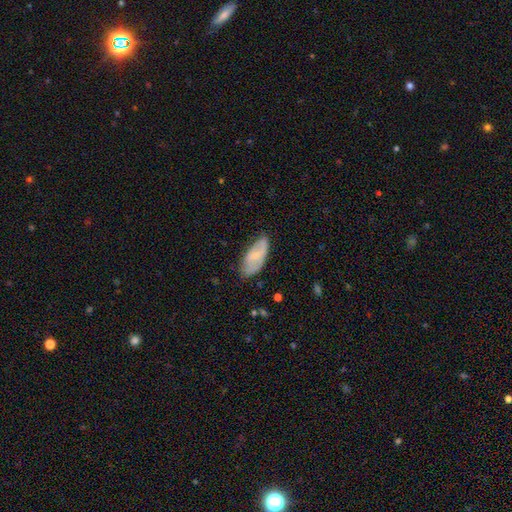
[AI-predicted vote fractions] This appears to be a smooth galaxy with no disk features (55%) that is in between round and cigar-shaped (87%). Merging: none (66%).